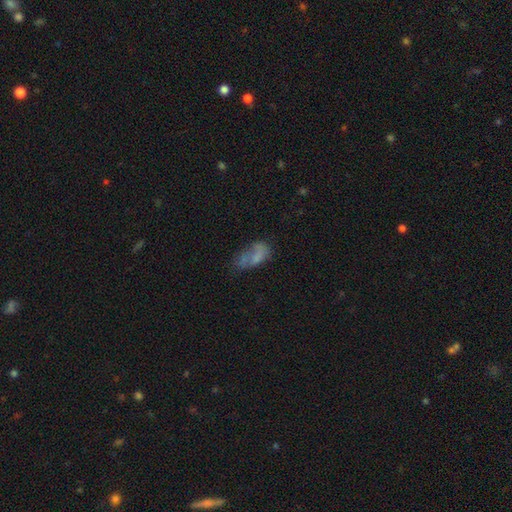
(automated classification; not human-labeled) A smooth galaxy with no disk features (57%) that is in between round and cigar-shaped (87%).

Vote fractions:
- Smooth or featured? smooth: 57% / featured or disk: 29% / star or artifact: 13%
- How rounded? in between: 87% / cigar-shaped: 8% / round: 5%
- Merging? none: 31% / major disturbance: 26% / minor disturbance: 24% / merger: 19%